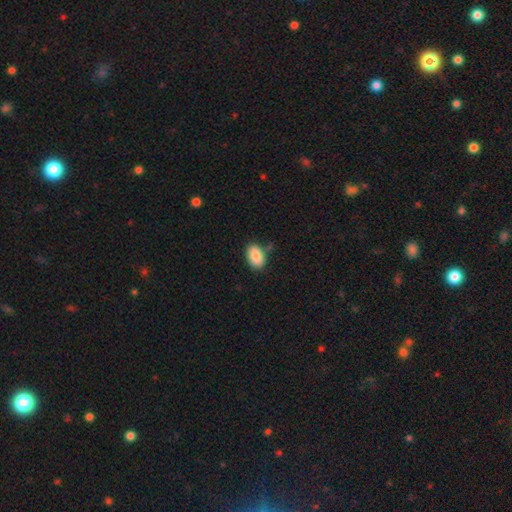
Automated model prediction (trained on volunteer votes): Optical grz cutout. It shows a smooth galaxy with no disk features (86%) that is in between round and cigar-shaped (90%). Merging: none (76%).